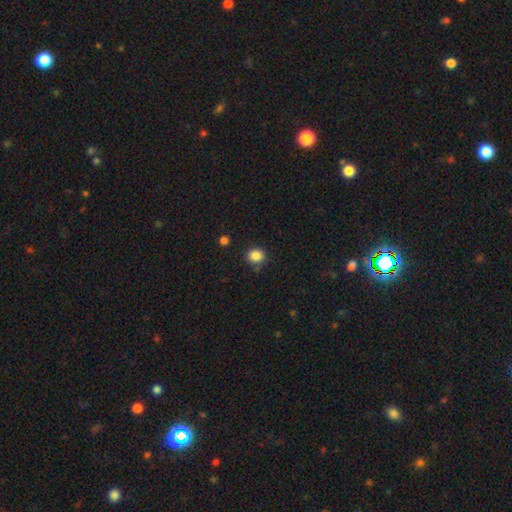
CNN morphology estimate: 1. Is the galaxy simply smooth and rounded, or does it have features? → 86% smooth, 11% star or artifact, 4% featured or disk.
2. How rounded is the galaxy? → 80% round, 19% in between, 1% cigar-shaped.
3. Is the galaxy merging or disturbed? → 83% none, 11% minor disturbance, 3% major disturbance, 3% merger.